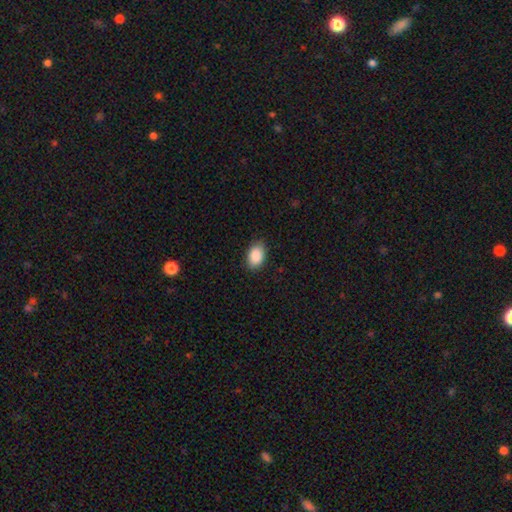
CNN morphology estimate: This appears to be a smooth galaxy with no disk features (89%) that is in between round and cigar-shaped (88%). Merging: none (86%).